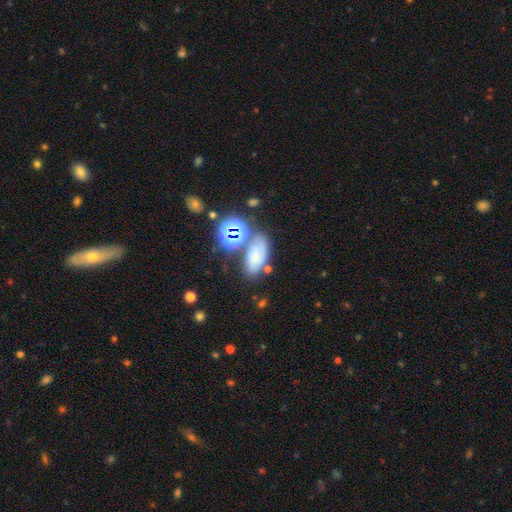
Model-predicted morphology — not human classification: smooth 47%, star or artifact 26%, featured or disk 26%. Down the decision tree: merging — none (57%).